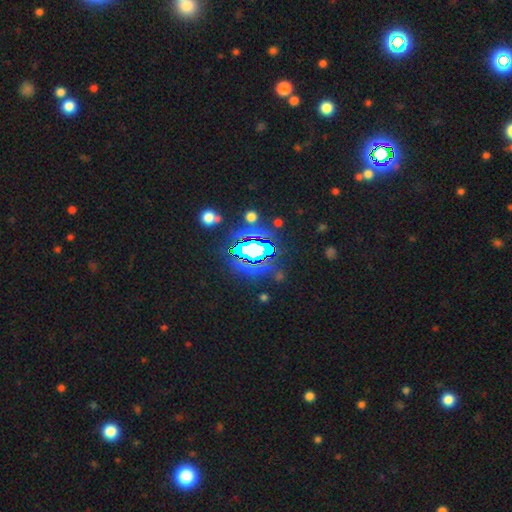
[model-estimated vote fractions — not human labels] Morphology: type=star or artifact (83%).